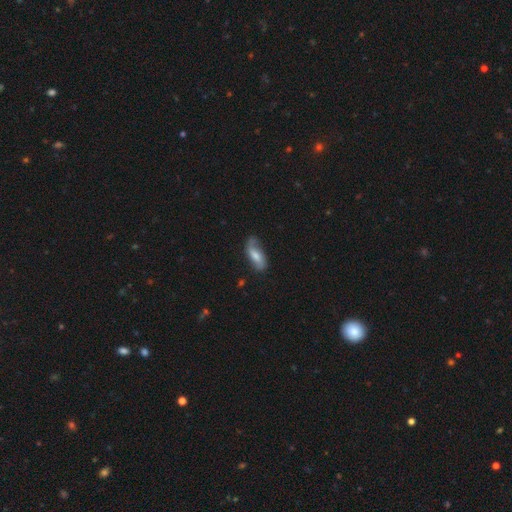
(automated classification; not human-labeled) The model was most divided on "smooth or featured": smooth: 50%, featured or disk: 43%, star or artifact: 7%. More confident: merging — none (58%).